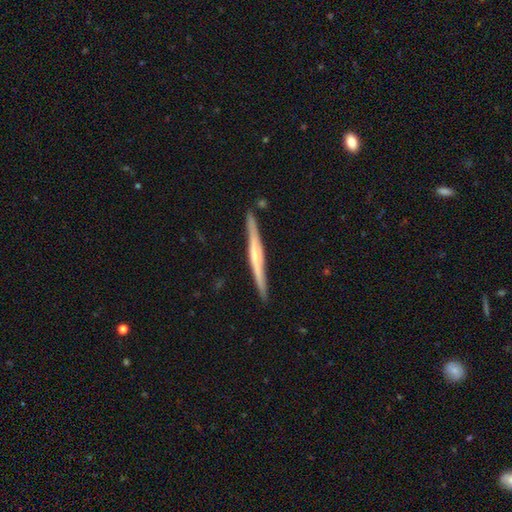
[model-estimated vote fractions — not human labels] Smooth or featured?
  - featured or disk: 69% *
  - smooth: 25%
  - star or artifact: 5%
Edge-on disk?
  - yes: 98% *
  - no: 2%
Edge-on bulge?
  - rounded: 53% *
  - none: 33%
  - boxy: 14%
Merging?
  - none: 90% *
  - minor disturbance: 7%
  - merger: 2%
  - major disturbance: 1%